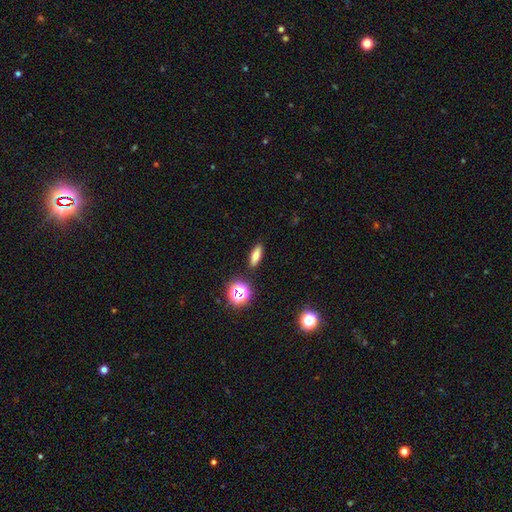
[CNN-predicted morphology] A smooth galaxy with no disk features (73%) that is in between round and cigar-shaped (53%).

Vote fractions:
- Smooth or featured? smooth: 73% / star or artifact: 14% / featured or disk: 12%
- How rounded? in between: 53% / cigar-shaped: 40% / round: 7%
- Merging? none: 88% / minor disturbance: 7% / merger: 2% / major disturbance: 2%